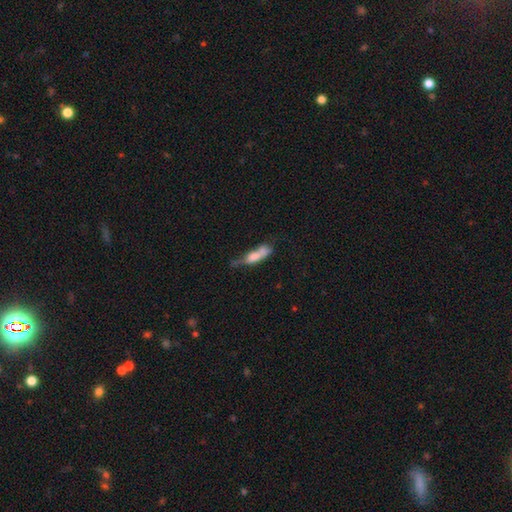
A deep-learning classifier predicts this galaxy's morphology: Q: Smooth or featured?
A: smooth (64%); runner-up: featured or disk (27%)
Q: How rounded?
A: cigar-shaped (54%); runner-up: in between (43%)
Q: Merging?
A: none (31%); runner-up: minor disturbance (28%)